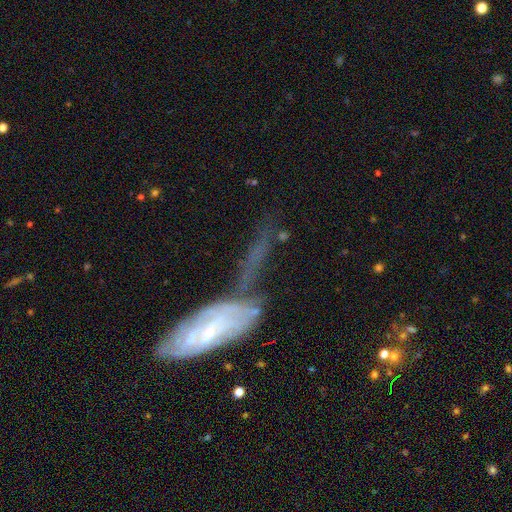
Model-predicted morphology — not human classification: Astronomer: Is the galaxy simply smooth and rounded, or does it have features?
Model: featured or disk — 61%.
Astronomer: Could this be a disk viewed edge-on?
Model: no — 71%.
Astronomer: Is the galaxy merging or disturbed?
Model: none — 36% (runner-up: merger, 23%).